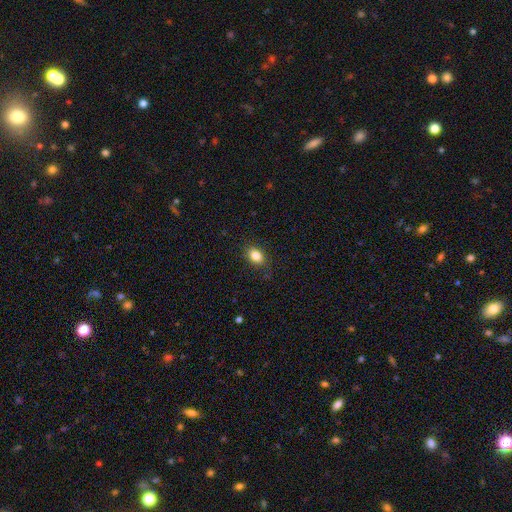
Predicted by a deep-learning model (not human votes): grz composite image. It shows a smooth galaxy with no disk features (83%) that is in between round and cigar-shaped (77%). Merging: none (83%).